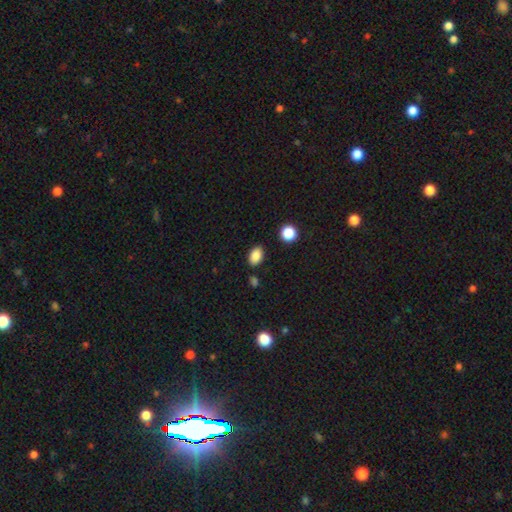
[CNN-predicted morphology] This appears to be a smooth galaxy with no disk features (87%) that is in between round and cigar-shaped (85%). Merging: none (85%).